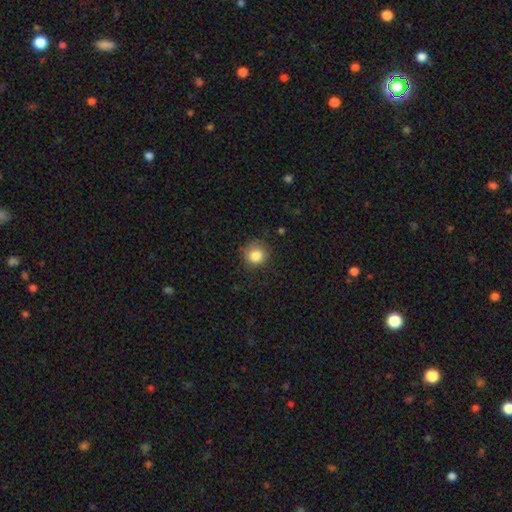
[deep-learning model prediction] Smooth or featured? Predicted: smooth (p=0.85). How rounded? Predicted: round (p=0.90). Merging? Predicted: none (p=0.78).